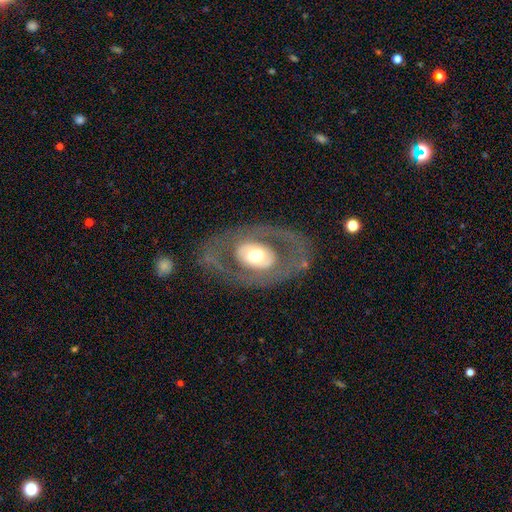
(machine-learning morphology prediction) This appears to be a featured or disk galaxy (64%) with no bar (76%), no spiral arms (76%) and a moderate central bulge (49%). Merging: none (75%).